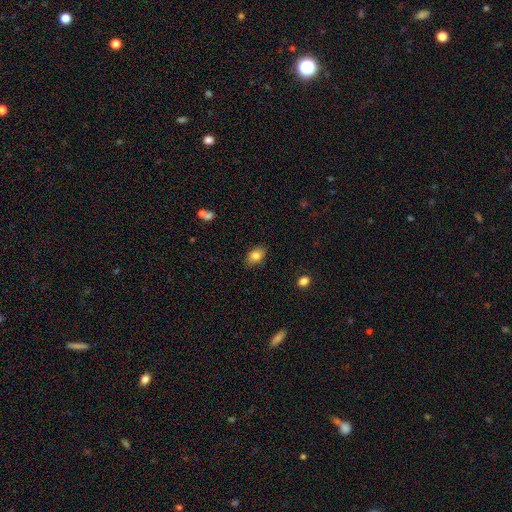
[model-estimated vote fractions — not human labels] Morphology: type=smooth (81%); roundness=in between (84%); merging=none (85%).